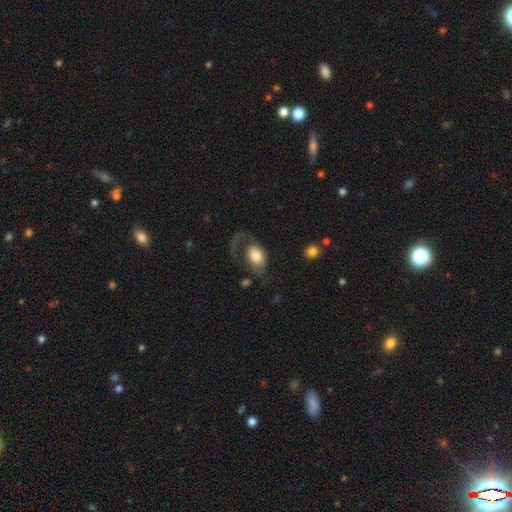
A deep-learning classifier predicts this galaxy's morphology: Smooth or featured? Predicted: smooth (p=0.62). How rounded? Predicted: in between (p=0.83). Merging? Predicted: major disturbance (p=0.46).